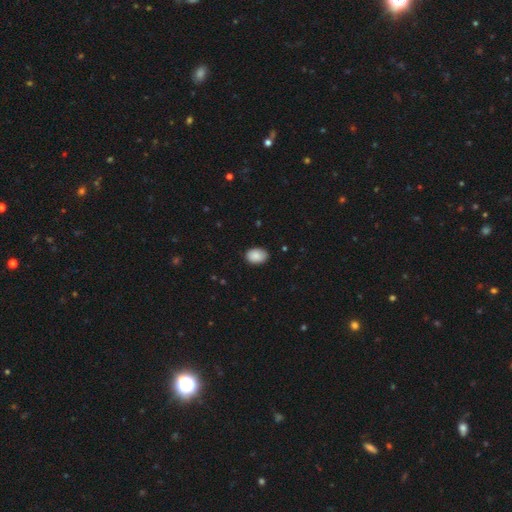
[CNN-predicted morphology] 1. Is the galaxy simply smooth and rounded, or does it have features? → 89% smooth, 7% star or artifact, 4% featured or disk.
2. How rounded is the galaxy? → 82% in between, 17% round, 1% cigar-shaped.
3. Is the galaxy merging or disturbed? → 85% none, 12% minor disturbance, 2% major disturbance, 1% merger.